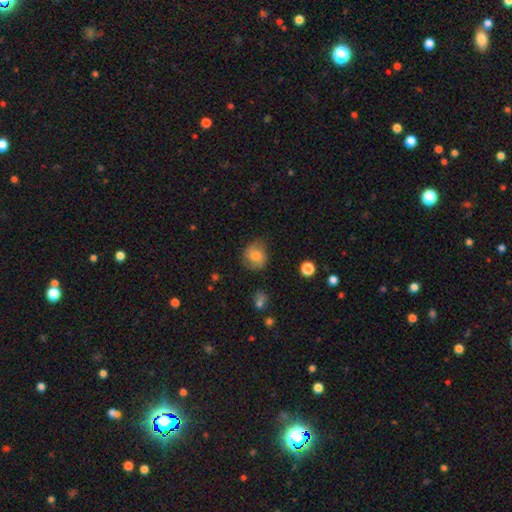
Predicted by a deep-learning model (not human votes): Smooth or featured?
  - smooth: 69% *
  - featured or disk: 20%
  - star or artifact: 10%
How rounded?
  - round: 75% *
  - in between: 24%
  - cigar-shaped: 1%
Merging?
  - none: 72% *
  - minor disturbance: 21%
  - major disturbance: 6%
  - merger: 1%